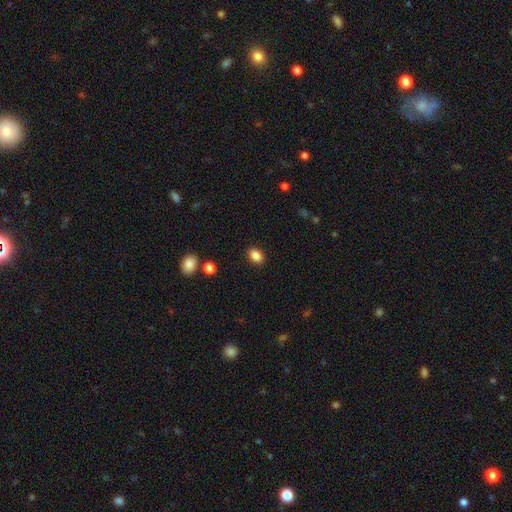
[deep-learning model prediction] Overall: smooth (86%). How rounded: in between (77%). Merging: none (88%).